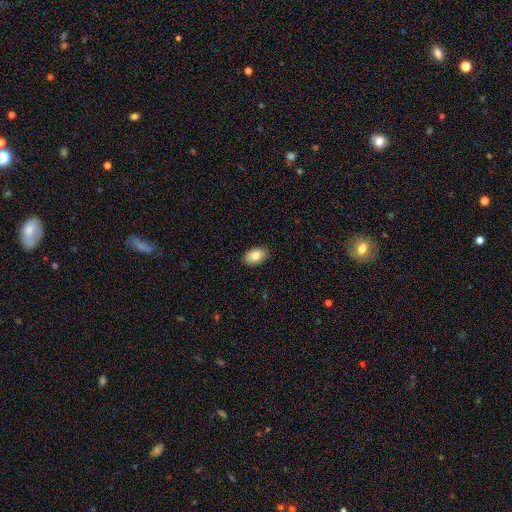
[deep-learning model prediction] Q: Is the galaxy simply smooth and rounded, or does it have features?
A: smooth — 82%.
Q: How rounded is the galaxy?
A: in between — 91%.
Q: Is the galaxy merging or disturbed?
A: none — 89%.